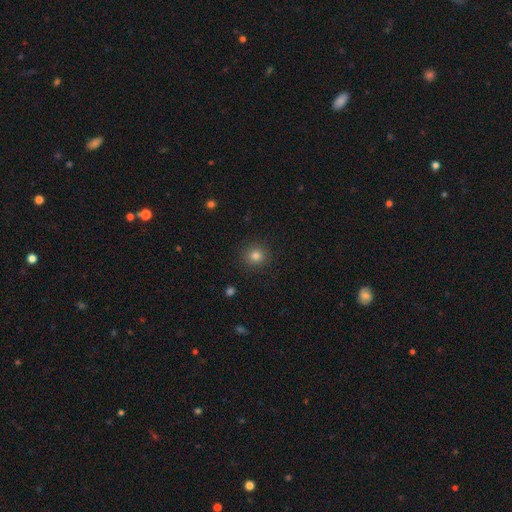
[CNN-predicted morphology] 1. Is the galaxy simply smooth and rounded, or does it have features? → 81% smooth, 13% star or artifact, 6% featured or disk.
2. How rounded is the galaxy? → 89% round, 10% in between, 1% cigar-shaped.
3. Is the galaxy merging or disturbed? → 90% none, 6% minor disturbance, 2% major disturbance, 1% merger.